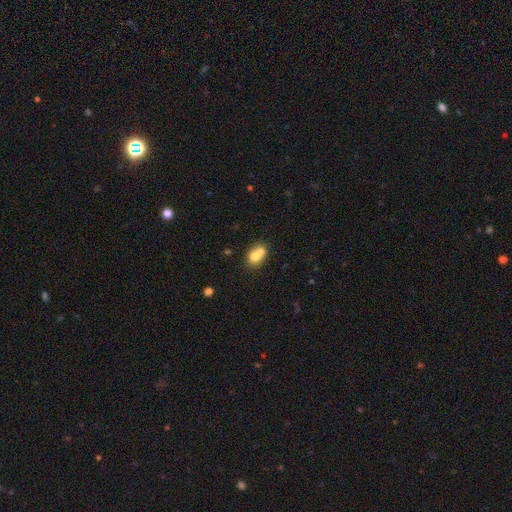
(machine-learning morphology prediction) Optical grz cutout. It shows a smooth galaxy with no disk features (71%) that is in between round and cigar-shaped (51%). Merging: merger (58%).